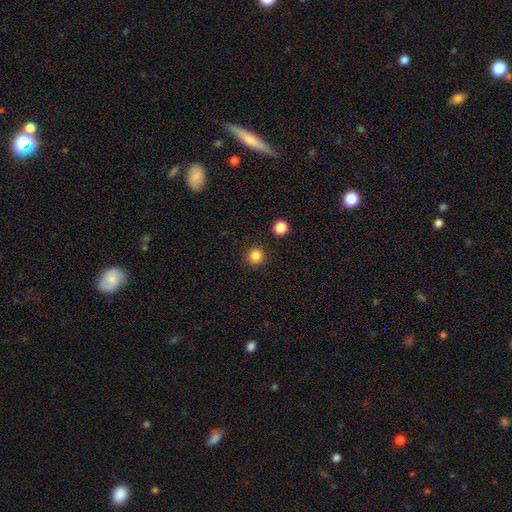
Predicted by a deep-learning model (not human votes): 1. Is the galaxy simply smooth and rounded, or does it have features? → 86% smooth, 11% star or artifact, 3% featured or disk.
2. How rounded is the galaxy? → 94% round, 5% in between, 1% cigar-shaped.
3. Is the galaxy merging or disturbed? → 91% none, 5% minor disturbance, 2% merger, 2% major disturbance.